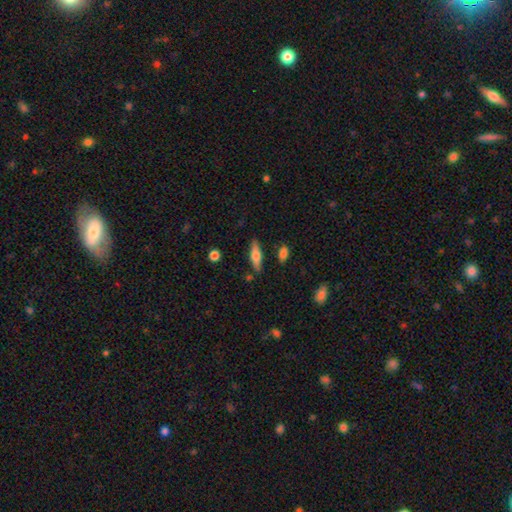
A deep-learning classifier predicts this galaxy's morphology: Smooth or featured? smooth (60%)
How rounded? cigar-shaped (54%)
Merging? none (80%)